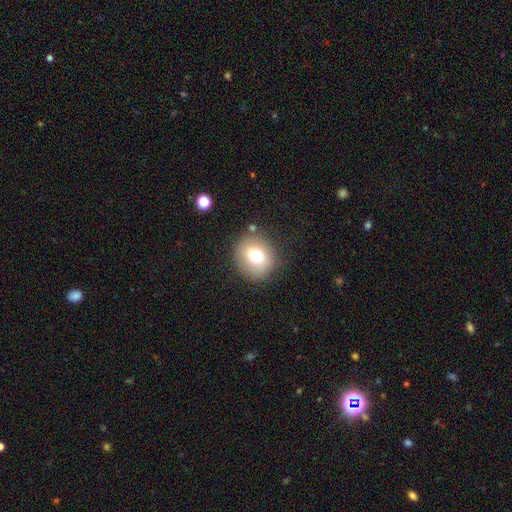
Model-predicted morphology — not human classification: smooth-or-featured: smooth: 73% | featured or disk: 15% | star or artifact: 12%
  how-rounded: round: 83% | in between: 16% | cigar-shaped: 1%
  merging: none: 82% | minor disturbance: 11% | major disturbance: 4% | merger: 3%